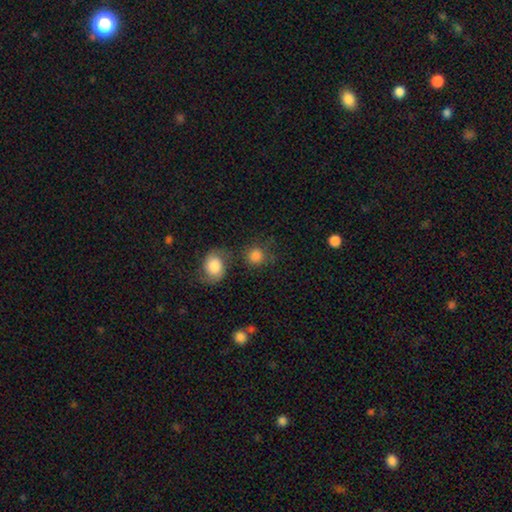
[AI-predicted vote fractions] Overall: smooth (82%). How rounded: round (83%). Merging: none (61%).